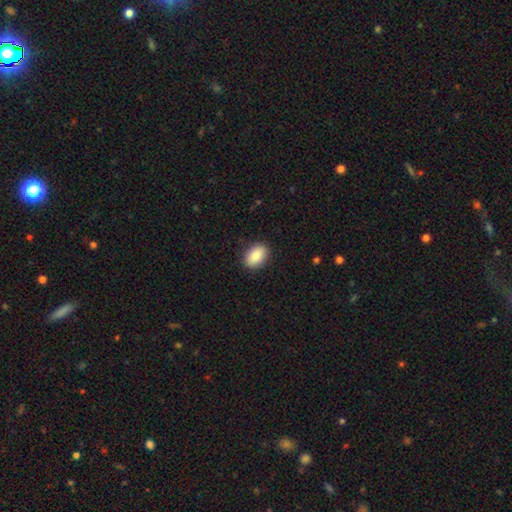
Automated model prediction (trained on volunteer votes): Overall: smooth (88%). How rounded: in between (88%). Merging: none (88%).